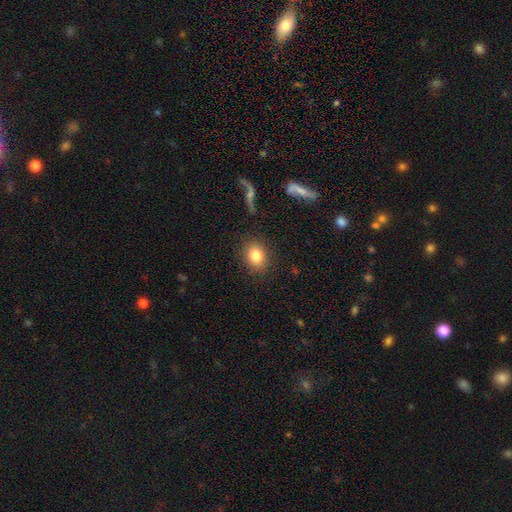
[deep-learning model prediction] This is clearly a smooth galaxy (81%). How rounded: possibly round (55%). Merging: clearly none (87%).